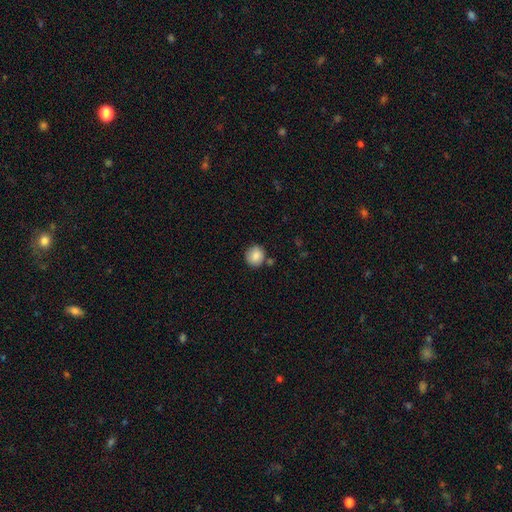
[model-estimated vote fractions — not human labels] Smooth or featured? smooth (86%)
How rounded? round (88%)
Merging? none (79%)